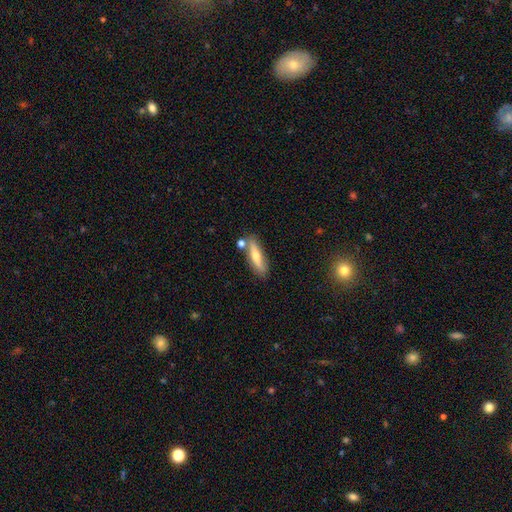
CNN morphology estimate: Smooth or featured? smooth (48%)
Merging? none (74%)